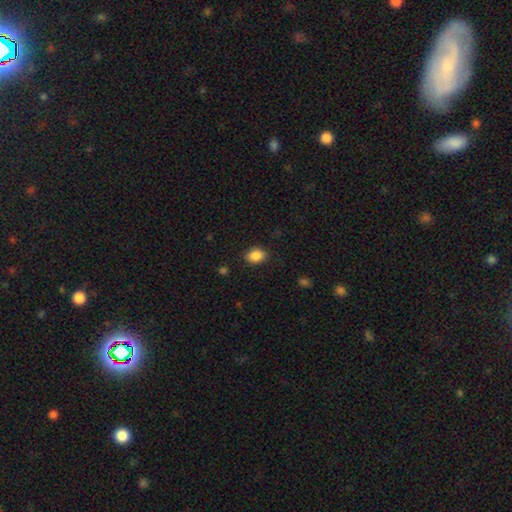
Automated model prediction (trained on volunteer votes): smooth_or_featured: smooth (p=0.88) [alt: star or artifact p=0.09]
how_rounded: in between (p=0.63) [alt: round p=0.36]
merging: none (p=0.85) [alt: minor disturbance p=0.11]